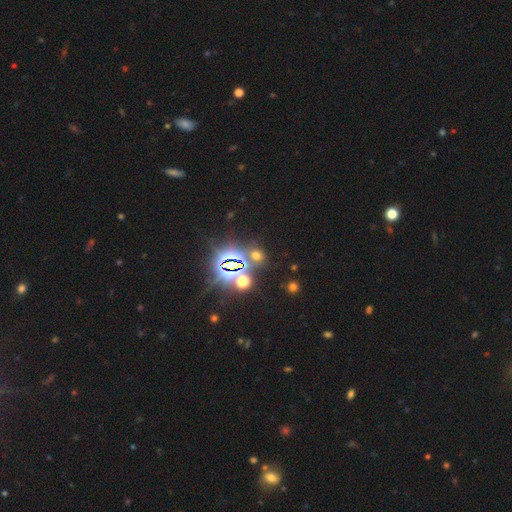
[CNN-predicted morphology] The model was most divided on "smooth or featured": star or artifact: 54%, smooth: 38%, featured or disk: 7%.